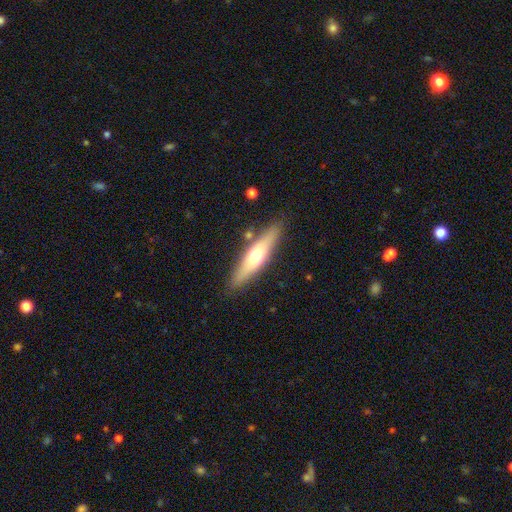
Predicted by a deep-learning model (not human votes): Smooth or featured? smooth (50%)
Merging? none (84%)